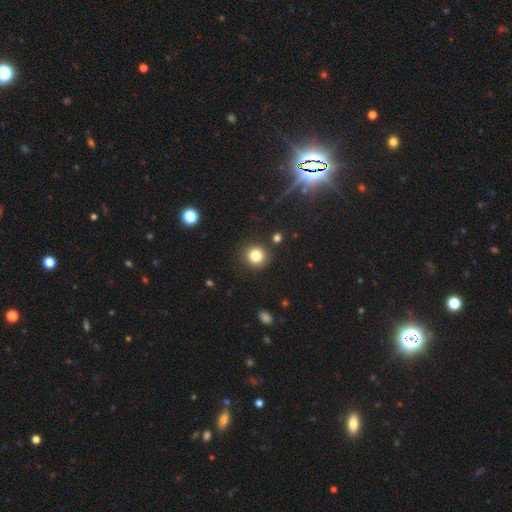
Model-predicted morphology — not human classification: Smooth or featured? smooth (81%)
How rounded? round (92%)
Merging? none (88%)